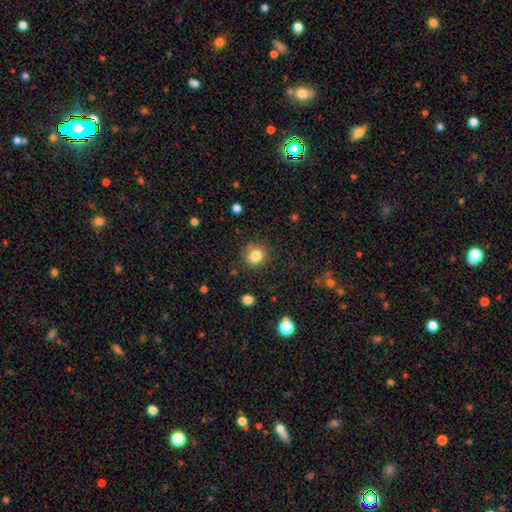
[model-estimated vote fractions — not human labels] A smooth galaxy with no disk features (82%) that is round (89%). Merging: none (85%).